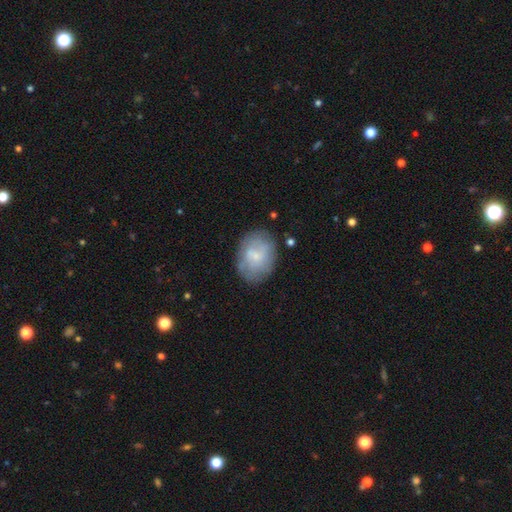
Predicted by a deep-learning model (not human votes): Morphology: type=smooth (54%); roundness=in between (60%); merging=none (71%).